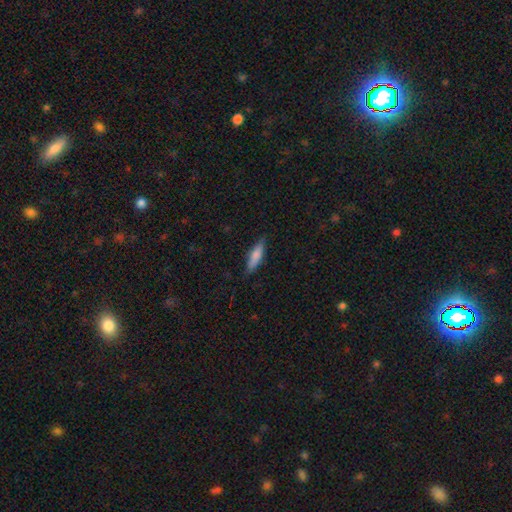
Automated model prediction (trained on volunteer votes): Morphology: type=smooth (76%); roundness=cigar-shaped (64%); merging=none (79%).